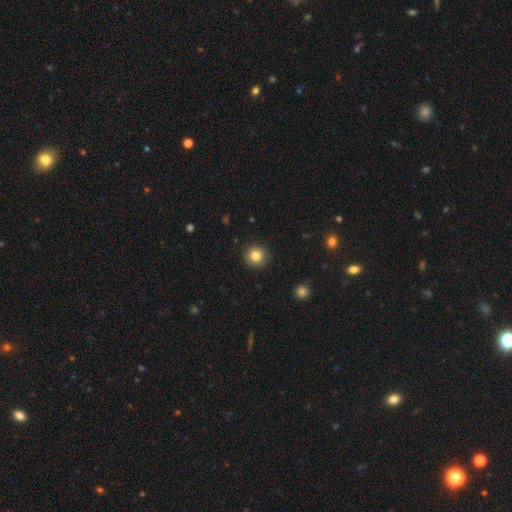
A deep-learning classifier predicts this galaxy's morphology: Smooth or featured? Predicted: smooth (p=0.84). How rounded? Predicted: round (p=0.94). Merging? Predicted: none (p=0.90).